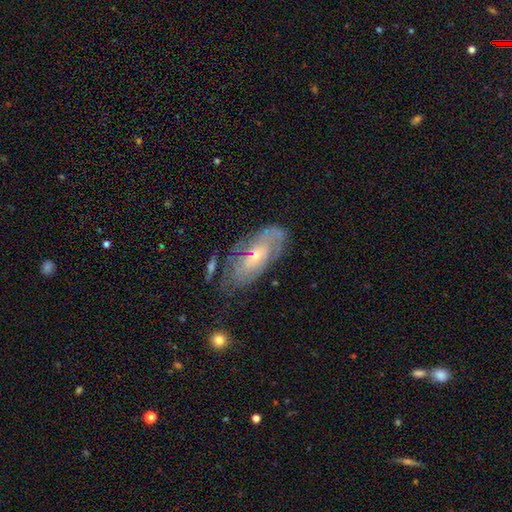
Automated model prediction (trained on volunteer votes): A featured or disk galaxy (72%) with no bar (60%), tight (62%) spiral arms (82%) and a small central bulge (65%).

Vote fractions:
- Smooth or featured? featured or disk: 72% / smooth: 21% / star or artifact: 8%
- Edge-on disk? no: 89% / yes: 11%
- Bar? no: 60% / weak: 32% / strong: 8%
- Spiral arms? yes: 82% / no: 18%
- Spiral winding? tight: 62% / medium: 28% / loose: 10%
- Spiral arm count? can't tell: 54% / 2: 28% / 3: 7% / 1: 5% / 4: 3% / more than 4: 3%
- Bulge size? small: 65% / moderate: 31% / none: 2% / large: 2% / dominant: 1%
- Merging? none: 66% / minor disturbance: 21% / major disturbance: 9% / merger: 4%